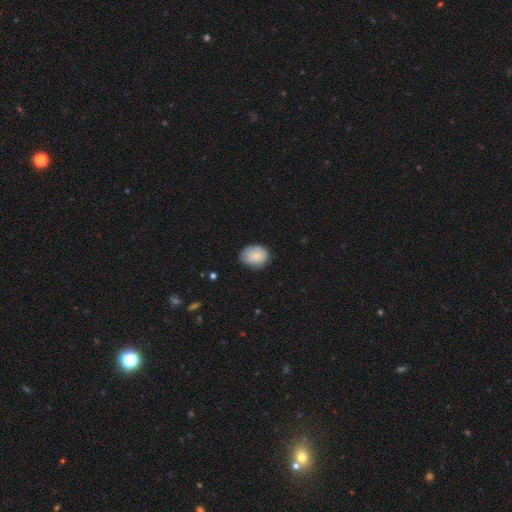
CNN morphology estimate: smooth-or-featured: smooth: 83% | featured or disk: 10% | star or artifact: 7%
  how-rounded: in between: 56% | round: 43% | cigar-shaped: 1%
  merging: none: 75% | minor disturbance: 20% | major disturbance: 4% | merger: 1%